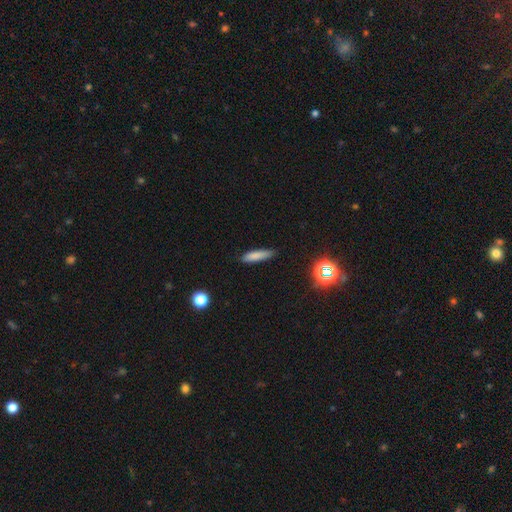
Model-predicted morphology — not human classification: smooth 80%, featured or disk 10%, star or artifact 10%. Down the decision tree: how rounded — cigar-shaped (77%); merging — none (82%).